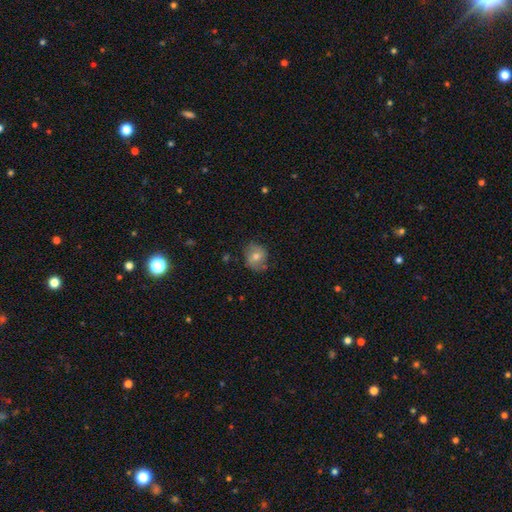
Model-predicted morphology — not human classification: Smooth or featured? smooth (63%)
How rounded? round (67%)
Merging? none (73%)